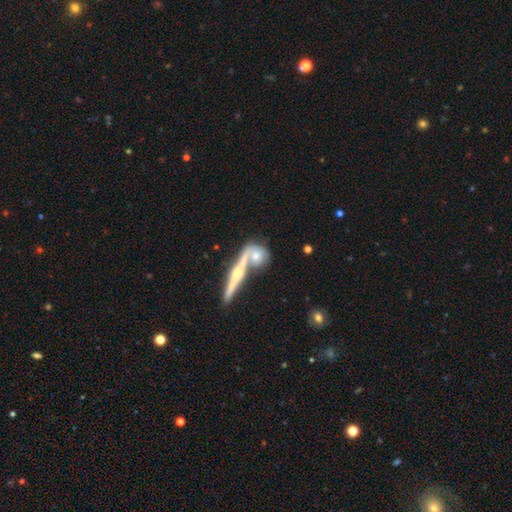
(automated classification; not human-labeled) Morphology: type=featured or disk (47%); merging=none (46%).